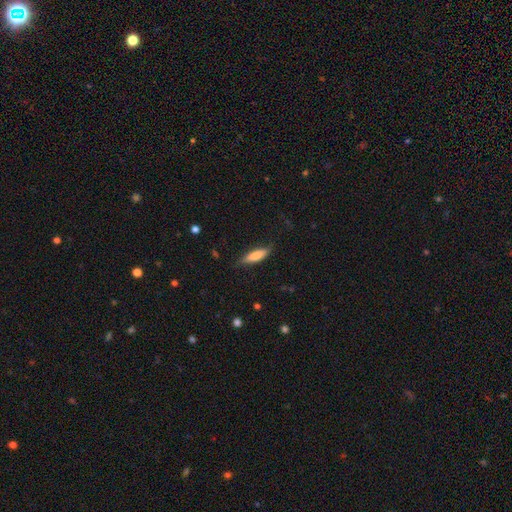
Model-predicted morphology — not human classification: smooth 69%, featured or disk 25%, star or artifact 6%. Down the decision tree: how rounded — cigar-shaped (53%); merging — none (74%).